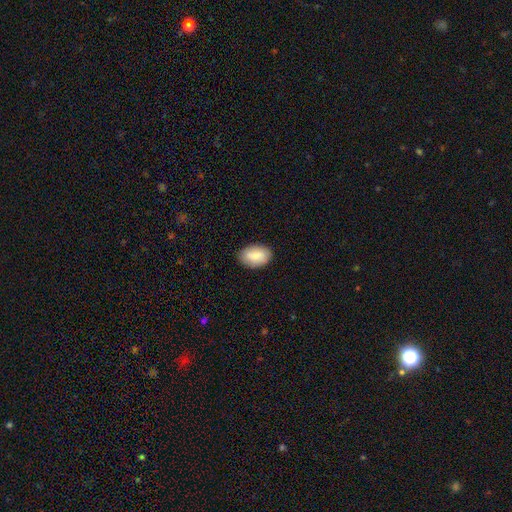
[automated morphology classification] Smooth or featured? Predicted: smooth (p=0.87). How rounded? Predicted: in between (p=0.92). Merging? Predicted: none (p=0.86).